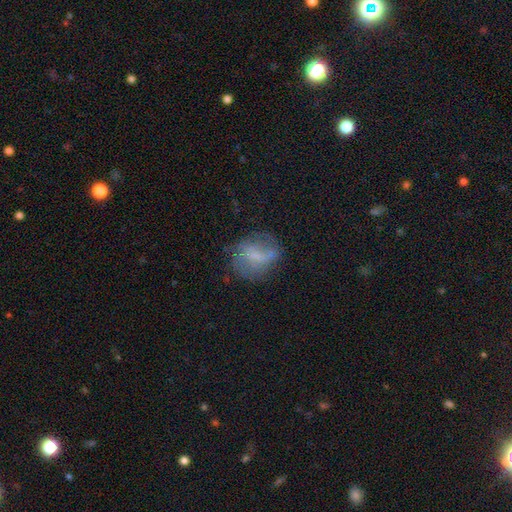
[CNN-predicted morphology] A smooth galaxy with no disk features (46%).

Vote fractions:
- Smooth or featured? smooth: 46% / featured or disk: 43% / star or artifact: 11%
- Merging? none: 55% / minor disturbance: 25% / major disturbance: 17% / merger: 3%